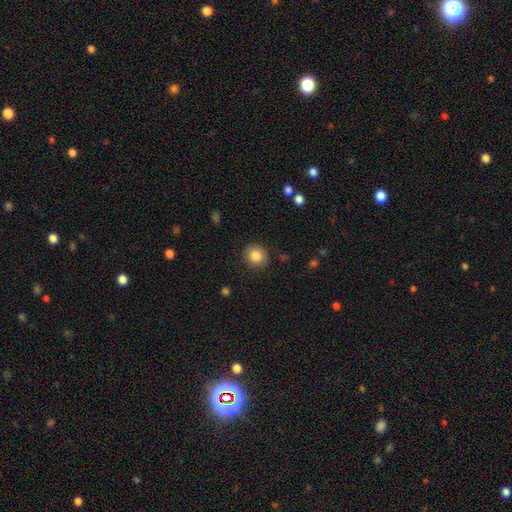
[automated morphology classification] smooth_or_featured: smooth (p=0.85) [alt: star or artifact p=0.09]
how_rounded: round (p=0.90) [alt: in between p=0.09]
merging: none (p=0.88) [alt: minor disturbance p=0.08]